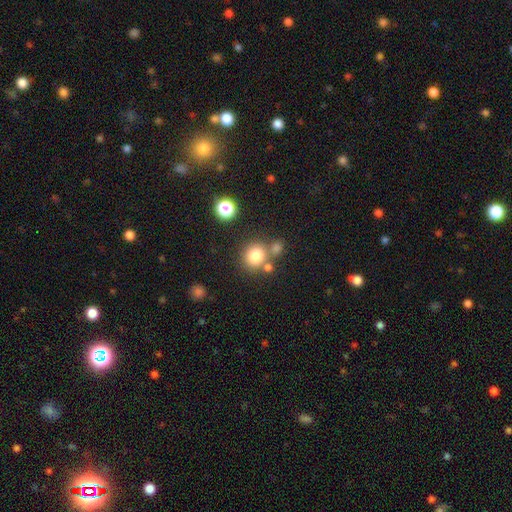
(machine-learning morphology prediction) Smooth or featured?
  - smooth: 80% *
  - star or artifact: 13%
  - featured or disk: 8%
How rounded?
  - round: 85% *
  - in between: 14%
  - cigar-shaped: 1%
Merging?
  - none: 65% *
  - merger: 20%
  - minor disturbance: 11%
  - major disturbance: 4%